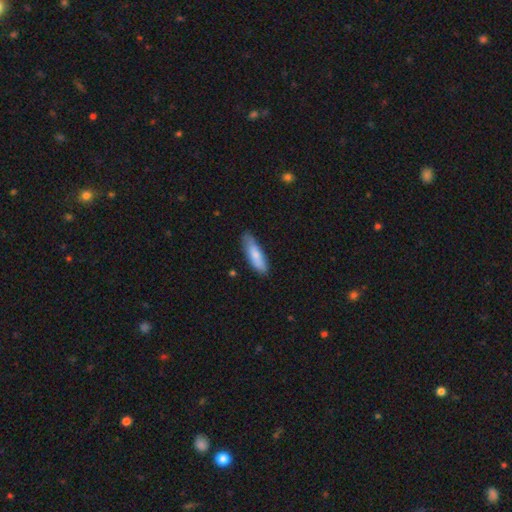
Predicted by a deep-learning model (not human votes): This appears to be a smooth galaxy with no disk features (77%) that is cigar-shaped (53%). Merging: none (74%).